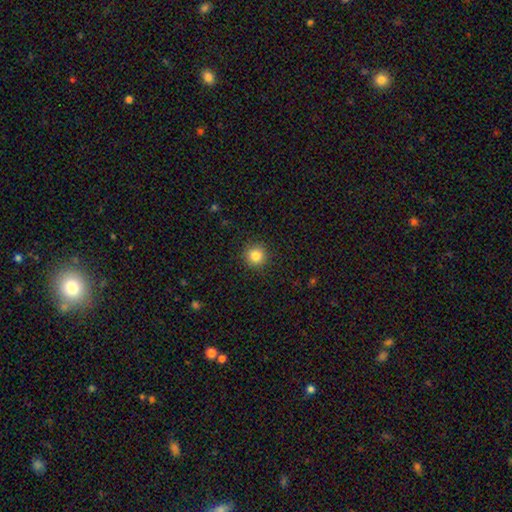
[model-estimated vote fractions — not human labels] Smooth or featured?
  - smooth: 84% *
  - star or artifact: 11%
  - featured or disk: 5%
How rounded?
  - round: 95% *
  - in between: 4%
  - cigar-shaped: 1%
Merging?
  - none: 91% *
  - minor disturbance: 6%
  - major disturbance: 2%
  - merger: 1%